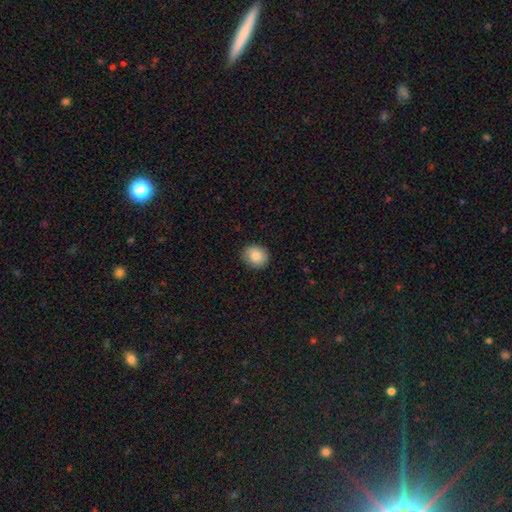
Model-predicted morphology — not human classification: The model was most divided on "how rounded": round: 72%, in between: 27%, cigar-shaped: 1%. More confident: merging — none (89%); smooth or featured — smooth (85%).